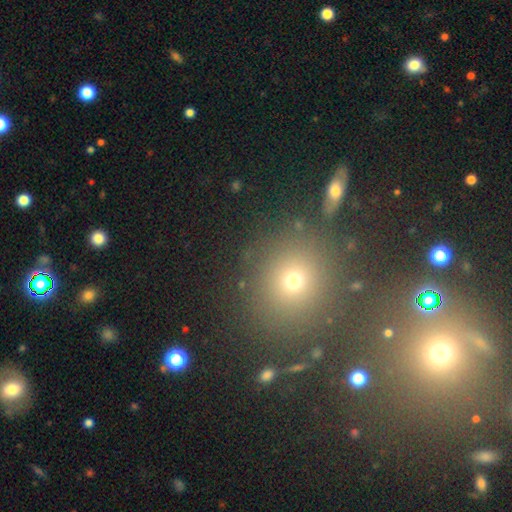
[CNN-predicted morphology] A smooth galaxy with no disk features (47%). Merging: none (83%).